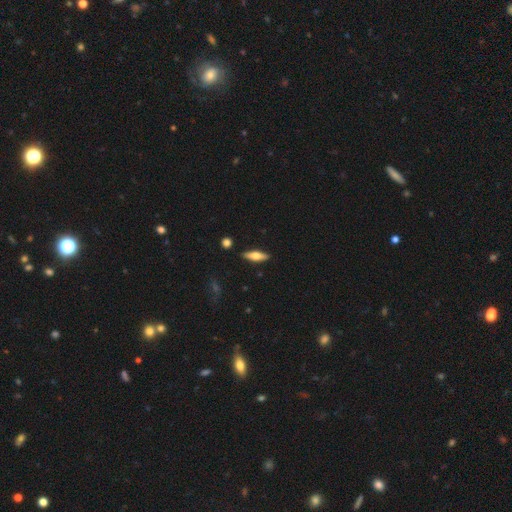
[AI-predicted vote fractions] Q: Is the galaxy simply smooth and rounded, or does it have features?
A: smooth — 50%.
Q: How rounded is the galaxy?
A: cigar-shaped — 55%.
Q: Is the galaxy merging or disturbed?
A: none — 87%.